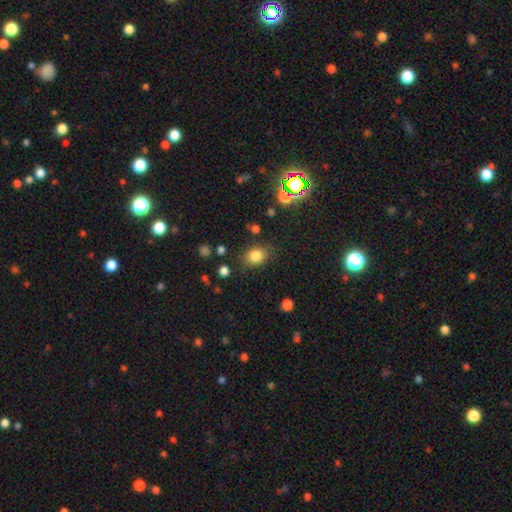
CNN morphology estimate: This is clearly a smooth galaxy (81%). How rounded: possibly in between (54%). Merging: likely none (78%).